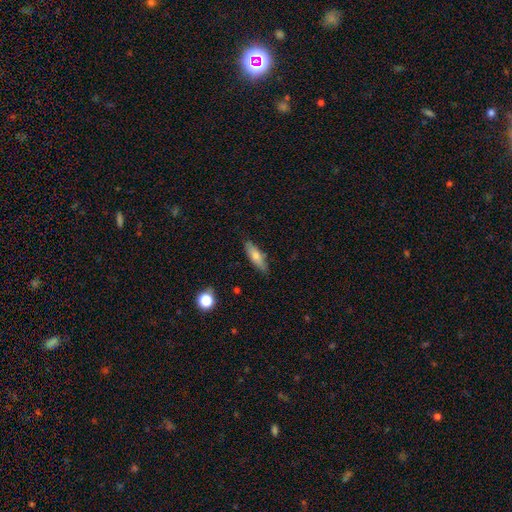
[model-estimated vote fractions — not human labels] Morphology: type=smooth (68%); roundness=cigar-shaped (51%); merging=none (82%).